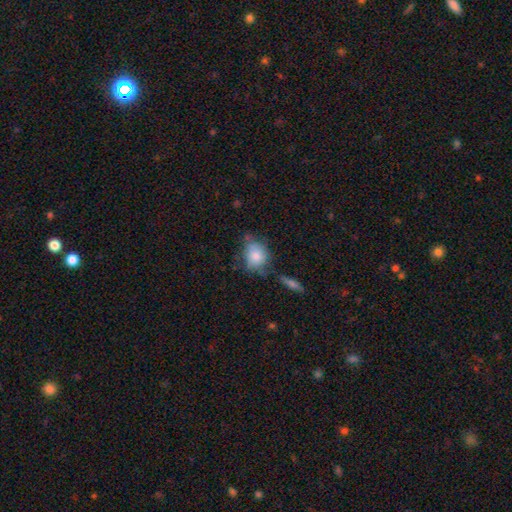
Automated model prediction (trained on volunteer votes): This is likely a smooth galaxy (79%). How rounded: possibly in between (49%, tied with round). Merging: possibly none (50%).